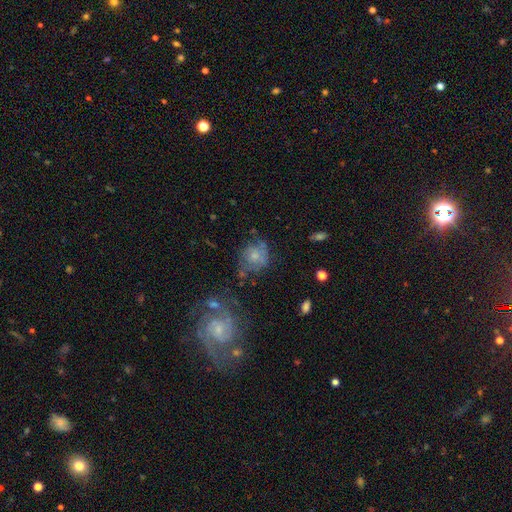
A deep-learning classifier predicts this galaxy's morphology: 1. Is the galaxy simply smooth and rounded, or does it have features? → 51% smooth, 37% featured or disk, 12% star or artifact.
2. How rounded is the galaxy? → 66% round, 33% in between, 1% cigar-shaped.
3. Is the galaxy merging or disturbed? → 47% none, 26% minor disturbance, 19% major disturbance, 8% merger.